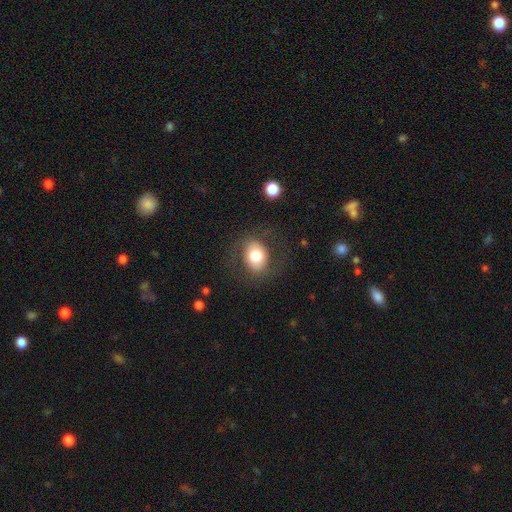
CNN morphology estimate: Smooth or featured: smooth — 71% (featured or disk — 21%)
How rounded: in between — 57% (round — 42%)
Merging: none — 75% (minor disturbance — 14%)